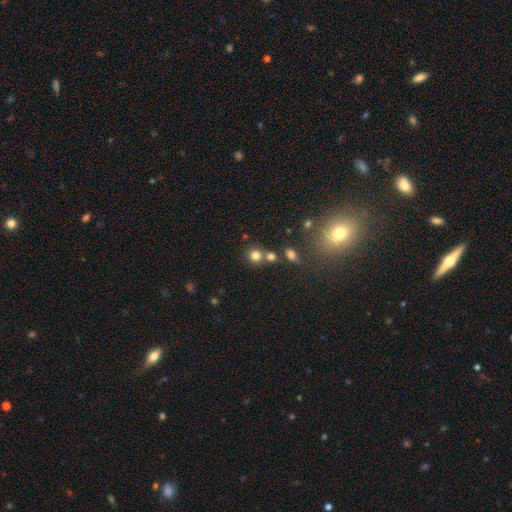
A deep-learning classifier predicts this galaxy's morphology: Overall: smooth (77%). How rounded: round (87%). Merging: none (61%; merger 27%).